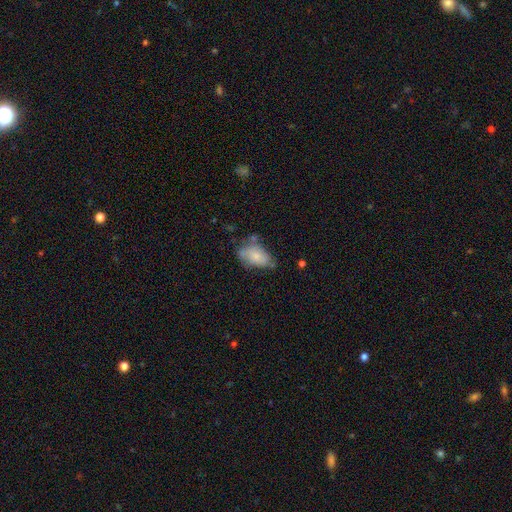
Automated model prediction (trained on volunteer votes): Smooth or featured?
  - smooth: 72% *
  - featured or disk: 20%
  - star or artifact: 7%
How rounded?
  - in between: 91% *
  - round: 7%
  - cigar-shaped: 2%
Merging?
  - none: 48% *
  - minor disturbance: 32%
  - major disturbance: 11%
  - merger: 8%